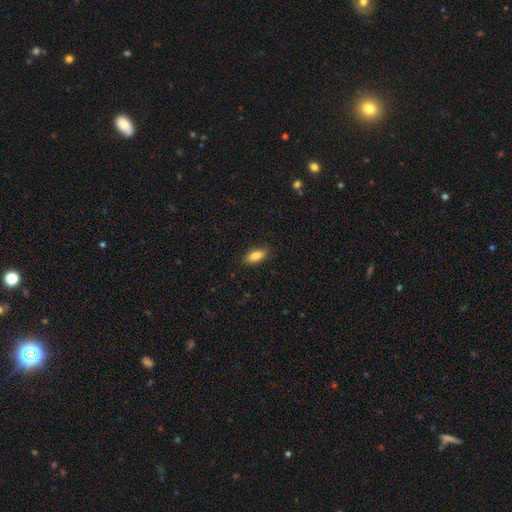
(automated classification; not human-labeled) The model was most divided on "how rounded": in between: 83%, cigar-shaped: 14%, round: 3%. More confident: merging — none (87%); smooth or featured — smooth (82%).